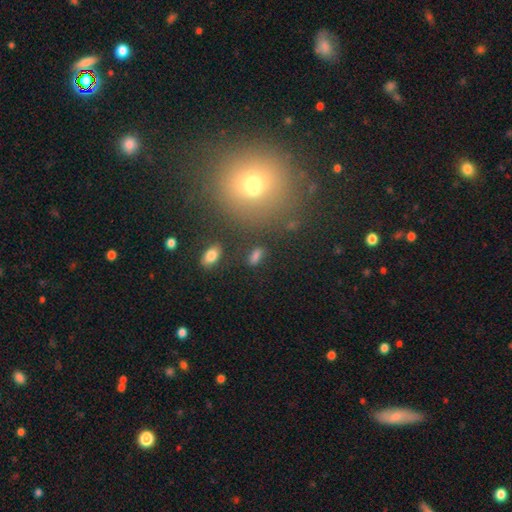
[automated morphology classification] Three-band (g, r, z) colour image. It shows a smooth galaxy with no disk features (73%) that is in between round and cigar-shaped (77%). Merging: none (76%).